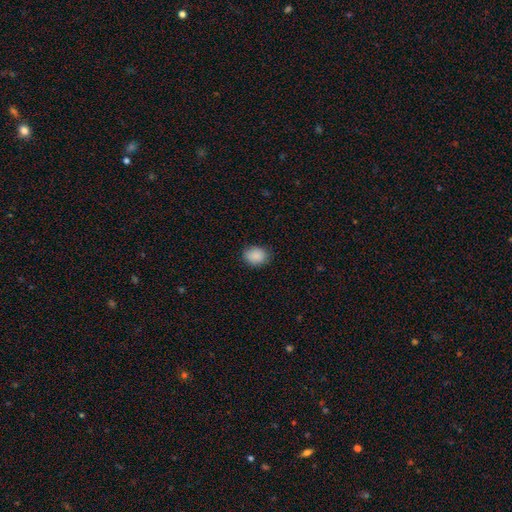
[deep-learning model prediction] Smooth or featured? Predicted: smooth (p=0.89). How rounded? Predicted: in between (p=0.51). Merging? Predicted: none (p=0.84).